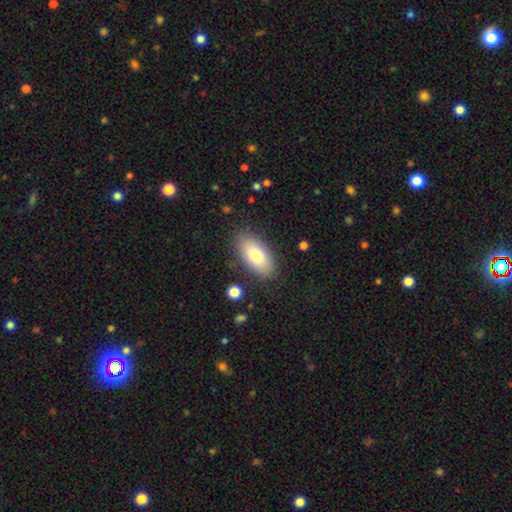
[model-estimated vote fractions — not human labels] Smooth or featured? smooth (76%)
How rounded? in between (91%)
Merging? none (84%)